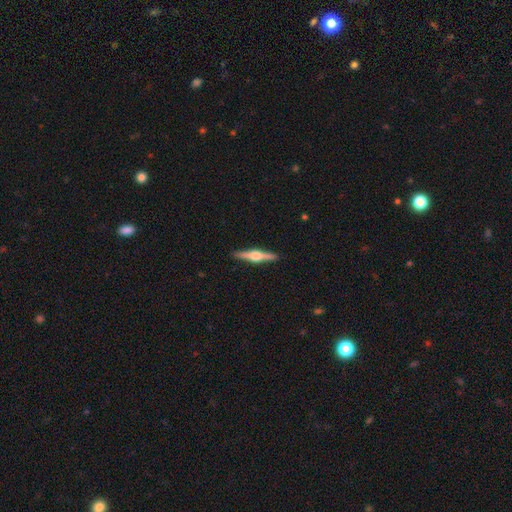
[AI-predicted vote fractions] Morphology: type=featured or disk (77%); edge-on=yes (98%); edge-on bulge=rounded (94%); merging=none (92%).